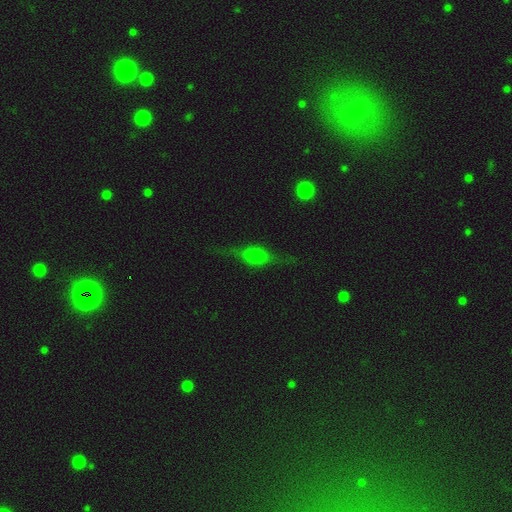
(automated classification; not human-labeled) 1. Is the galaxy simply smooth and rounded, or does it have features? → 45% featured or disk, 44% smooth, 12% star or artifact.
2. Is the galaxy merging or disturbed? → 64% none, 21% minor disturbance, 13% major disturbance, 2% merger.